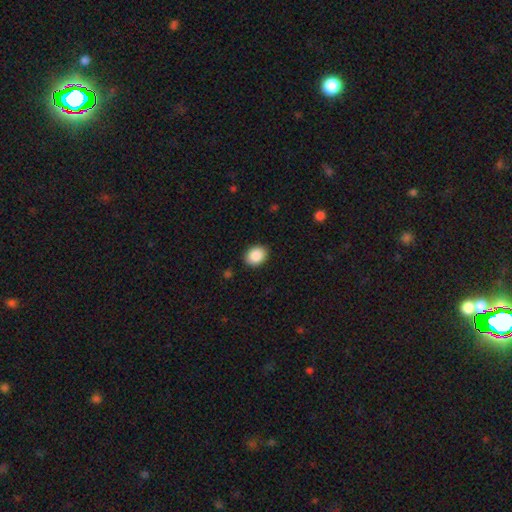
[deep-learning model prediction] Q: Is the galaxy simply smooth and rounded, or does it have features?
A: smooth — 88%.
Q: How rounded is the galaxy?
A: in between — 52%.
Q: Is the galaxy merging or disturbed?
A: none — 89%.